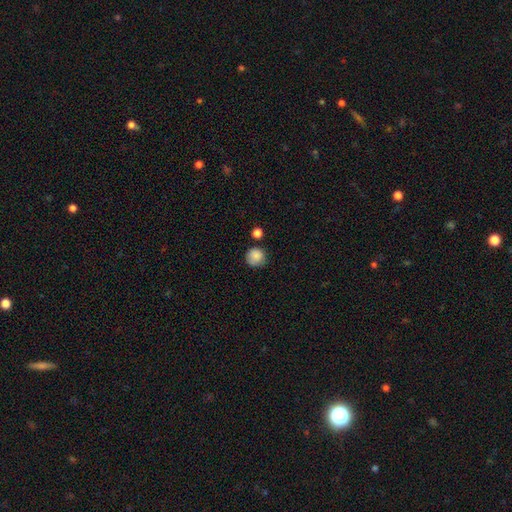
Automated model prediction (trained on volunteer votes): This appears to be a smooth galaxy with no disk features (85%) that is round (93%). Merging: none (76%).